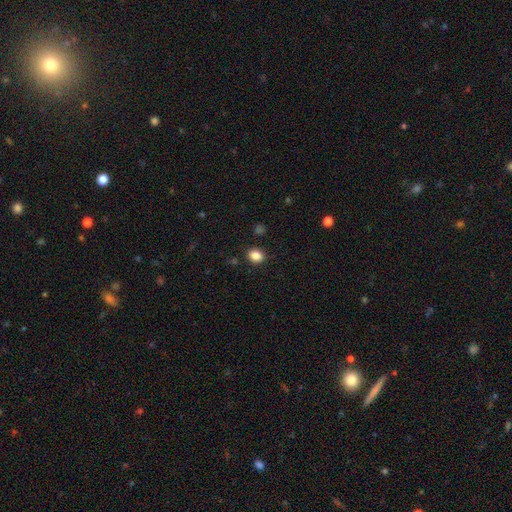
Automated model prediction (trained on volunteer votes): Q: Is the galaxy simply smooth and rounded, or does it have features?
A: smooth — 86%.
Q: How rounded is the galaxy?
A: round — 62%.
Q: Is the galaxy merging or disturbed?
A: none — 89%.